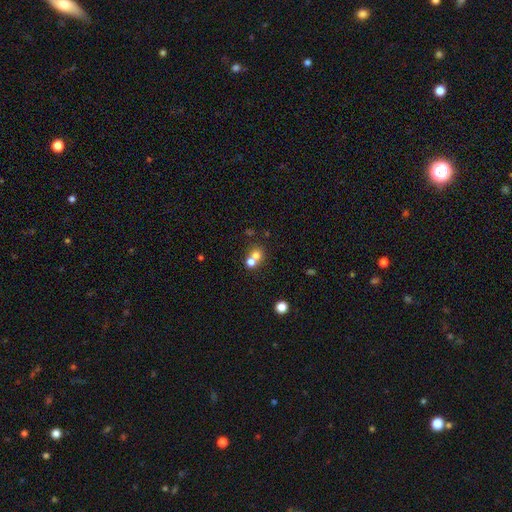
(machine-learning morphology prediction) smooth_or_featured: smooth (p=0.69) [alt: featured or disk p=0.15]
how_rounded: round (p=0.80) [alt: in between p=0.19]
merging: merger (p=0.57) [alt: none p=0.35]